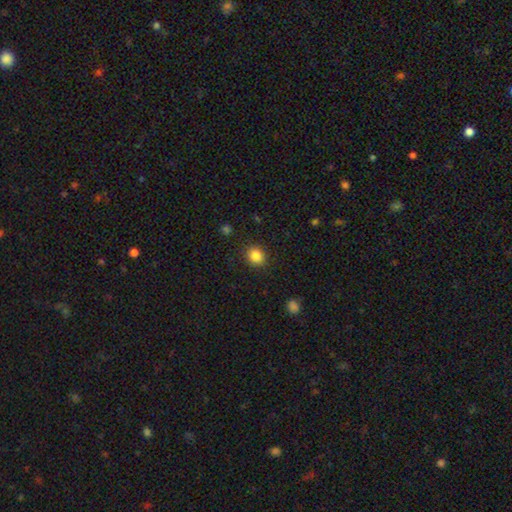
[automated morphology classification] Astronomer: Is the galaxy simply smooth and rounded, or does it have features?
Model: smooth — 84%.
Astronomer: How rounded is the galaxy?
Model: round — 73%.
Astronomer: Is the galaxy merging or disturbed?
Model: none — 89%.